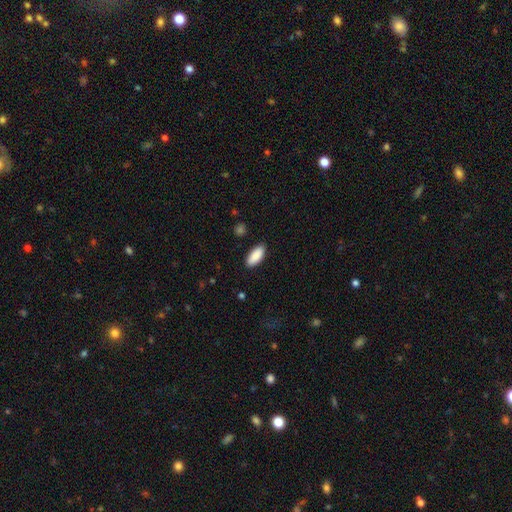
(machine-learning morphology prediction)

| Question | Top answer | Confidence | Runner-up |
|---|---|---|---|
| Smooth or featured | smooth | 90% | star or artifact (6%) |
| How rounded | in between | 85% | cigar-shaped (13%) |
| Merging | none | 88% | minor disturbance (9%) |